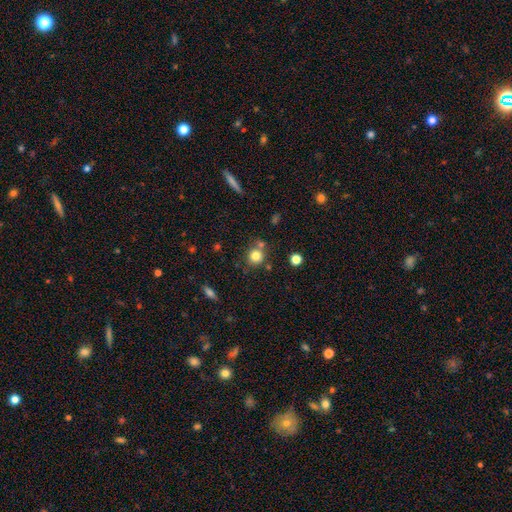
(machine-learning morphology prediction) A smooth galaxy with no disk features (80%) that is round (89%). Merging: none (68%).